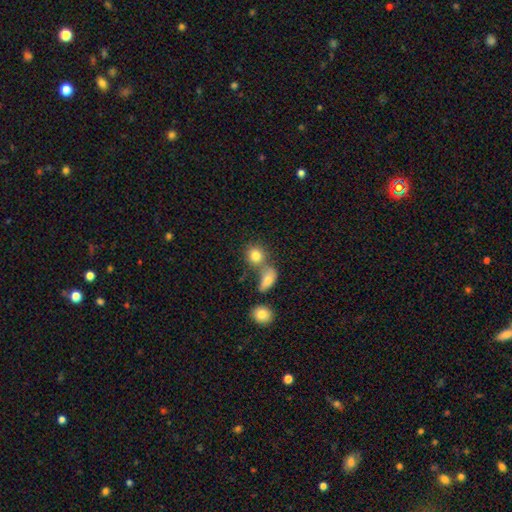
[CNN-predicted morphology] A smooth galaxy with no disk features (81%) that is round (71%).

Vote fractions:
- Smooth or featured? smooth: 81% / featured or disk: 10% / star or artifact: 10%
- How rounded? round: 71% / in between: 27% / cigar-shaped: 2%
- Merging? none: 46% / merger: 40% / minor disturbance: 9% / major disturbance: 5%